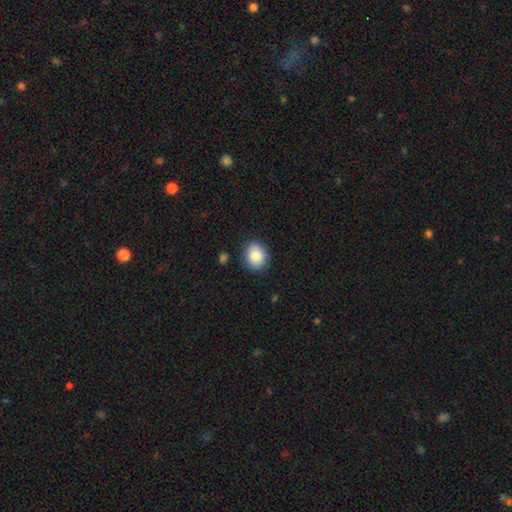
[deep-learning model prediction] This appears to be a smooth galaxy with no disk features (85%) that is round (67%). Merging: none (87%).